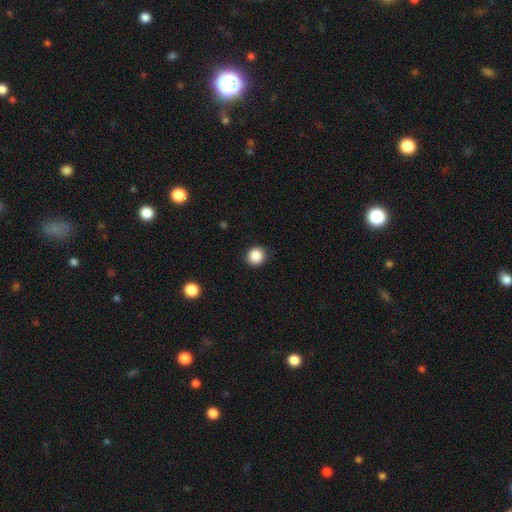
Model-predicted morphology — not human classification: The model was most divided on "smooth or featured": smooth: 88%, star or artifact: 10%, featured or disk: 3%. More confident: merging — none (90%); how rounded — round (90%).